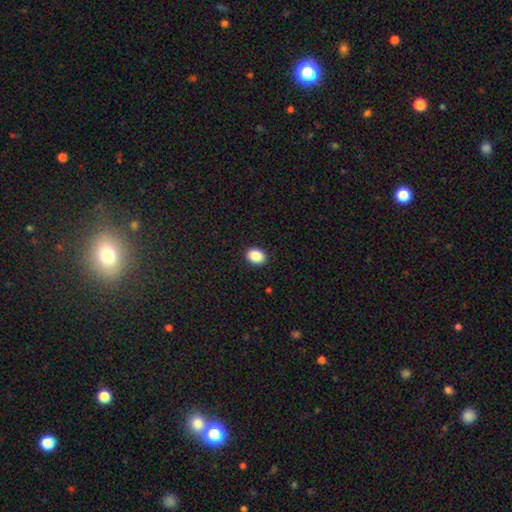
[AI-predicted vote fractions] A smooth galaxy with no disk features (88%) that is in between round and cigar-shaped (55%).

Vote fractions:
- Smooth or featured? smooth: 88% / star or artifact: 9% / featured or disk: 4%
- How rounded? in between: 55% / round: 44% / cigar-shaped: 1%
- Merging? none: 91% / minor disturbance: 6% / major disturbance: 2% / merger: 1%